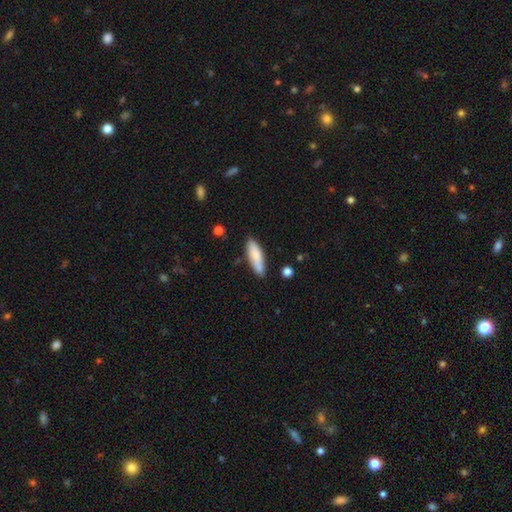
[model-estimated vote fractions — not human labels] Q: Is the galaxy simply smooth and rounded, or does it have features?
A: smooth — 79%.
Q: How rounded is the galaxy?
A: cigar-shaped — 51%.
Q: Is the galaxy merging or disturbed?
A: none — 74%.